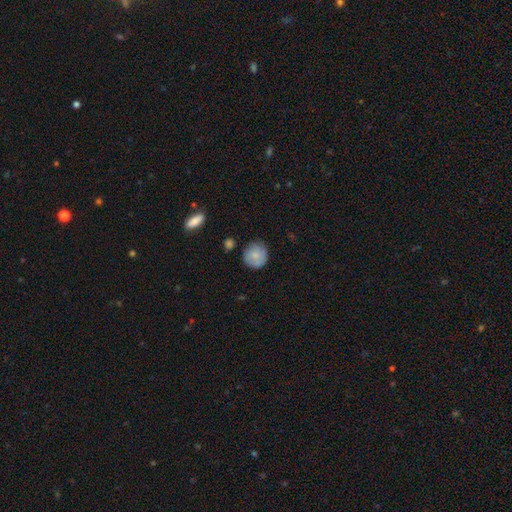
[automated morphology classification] Smooth or featured: smooth — 74% (featured or disk — 19%)
How rounded: round — 90% (in between — 9%)
Merging: none — 75% (minor disturbance — 19%)